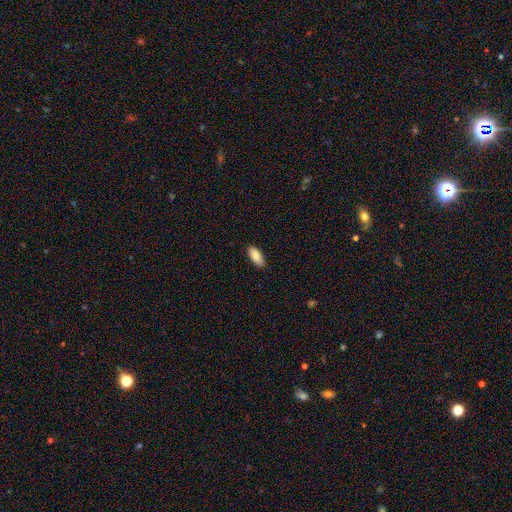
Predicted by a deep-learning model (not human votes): smooth 85%, featured or disk 9%, star or artifact 6%. Down the decision tree: how rounded — in between (87%); merging — none (86%).